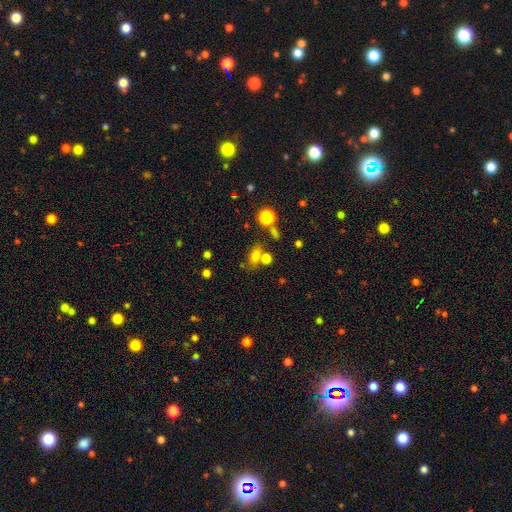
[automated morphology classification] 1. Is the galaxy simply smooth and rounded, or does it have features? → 71% smooth, 16% star or artifact, 13% featured or disk.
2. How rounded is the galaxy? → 72% in between, 23% round, 6% cigar-shaped.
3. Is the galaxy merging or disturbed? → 56% none, 25% merger, 13% minor disturbance, 6% major disturbance.